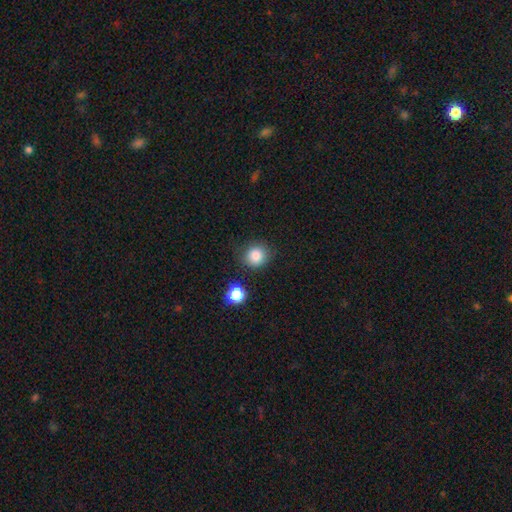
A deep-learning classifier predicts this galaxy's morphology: smooth-or-featured: smooth: 85% | star or artifact: 11% | featured or disk: 4%
  how-rounded: round: 88% | in between: 11% | cigar-shaped: 1%
  merging: none: 82% | minor disturbance: 11% | merger: 4% | major disturbance: 3%